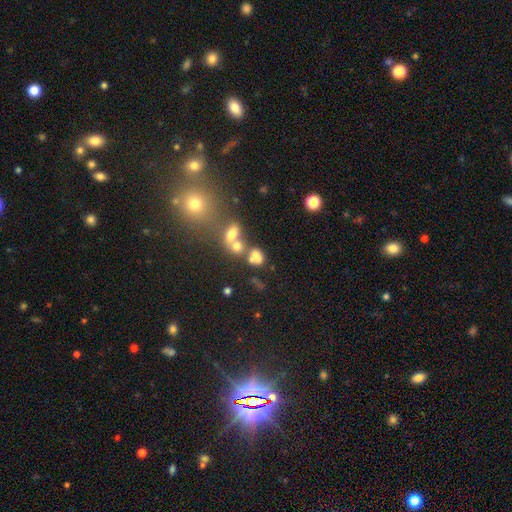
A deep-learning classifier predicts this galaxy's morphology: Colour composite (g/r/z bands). It shows a smooth galaxy with no disk features (62%) that is in between round and cigar-shaped (49%, tied with round). Merging: merger (52%).